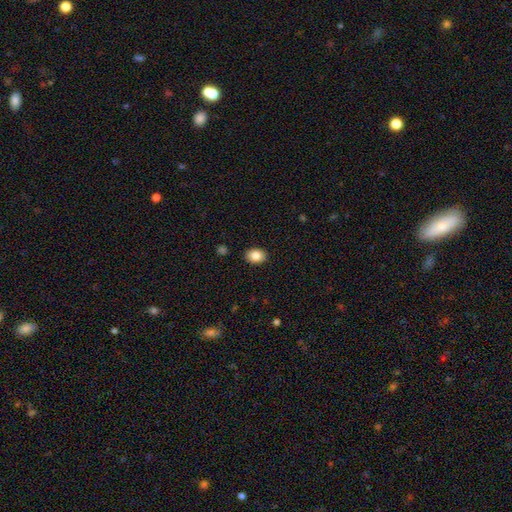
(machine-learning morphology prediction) smooth 86%, star or artifact 8%, featured or disk 5%. Down the decision tree: how rounded — in between (72%); merging — none (89%).